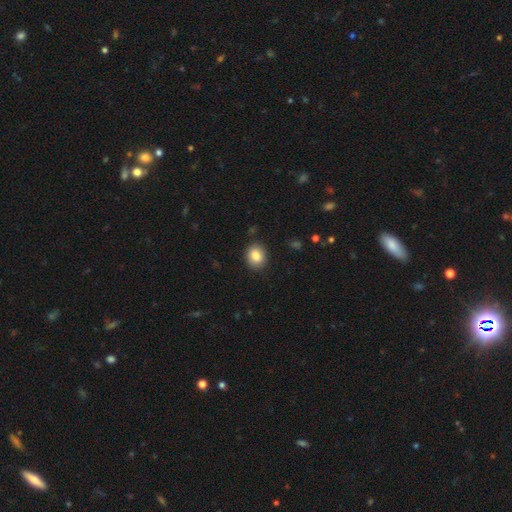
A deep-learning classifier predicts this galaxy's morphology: Smooth or featured?
  - smooth: 86% *
  - star or artifact: 8%
  - featured or disk: 5%
How rounded?
  - round: 55% *
  - in between: 44%
  - cigar-shaped: 1%
Merging?
  - none: 86% *
  - minor disturbance: 10%
  - major disturbance: 3%
  - merger: 1%